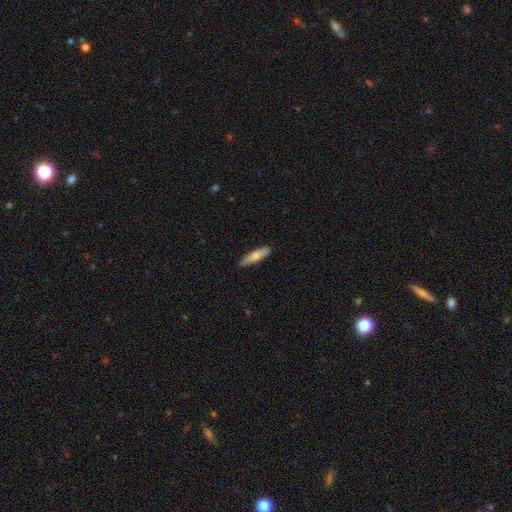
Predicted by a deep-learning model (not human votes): Smooth or featured? smooth (69%)
How rounded? cigar-shaped (72%)
Merging? none (87%)